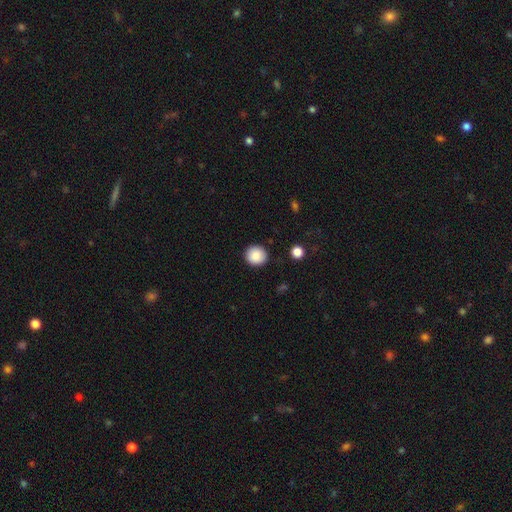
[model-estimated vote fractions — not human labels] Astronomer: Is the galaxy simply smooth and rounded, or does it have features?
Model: smooth — 87%.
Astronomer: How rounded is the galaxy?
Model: round — 88%.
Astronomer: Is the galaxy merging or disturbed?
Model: none — 90%.